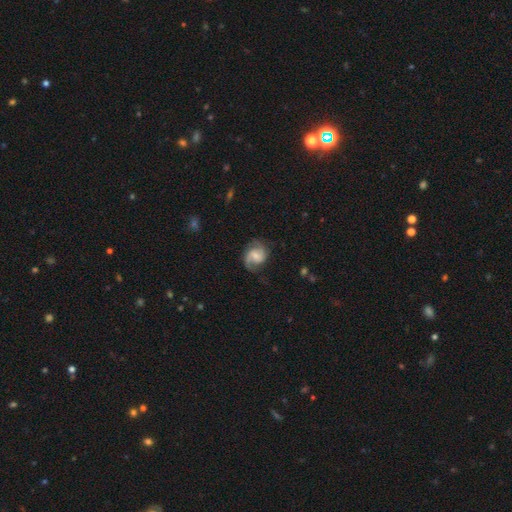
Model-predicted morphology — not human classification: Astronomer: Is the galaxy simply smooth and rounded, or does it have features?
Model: featured or disk — 75%.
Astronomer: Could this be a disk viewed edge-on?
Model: no — 98%.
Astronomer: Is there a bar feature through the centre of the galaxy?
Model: weak — 47% (runner-up: no, 42%).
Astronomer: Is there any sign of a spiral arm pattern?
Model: yes — 95%.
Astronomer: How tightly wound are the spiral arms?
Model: medium — 48% (runner-up: loose, 28%).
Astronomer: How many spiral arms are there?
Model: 2 — 78%.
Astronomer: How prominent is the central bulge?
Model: small — 46% (runner-up: moderate, 38%).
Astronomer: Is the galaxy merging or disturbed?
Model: none — 65%.